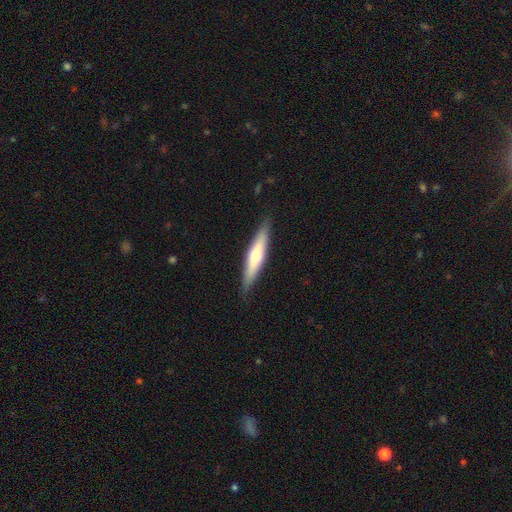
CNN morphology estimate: A smooth galaxy with no disk features (49%). Merging: none (87%).